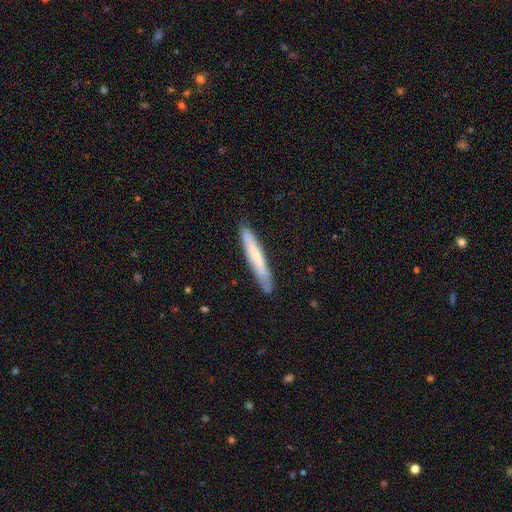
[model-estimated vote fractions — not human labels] smooth 55%, featured or disk 39%, star or artifact 6%. Down the decision tree: how rounded — cigar-shaped (94%); merging — none (86%).